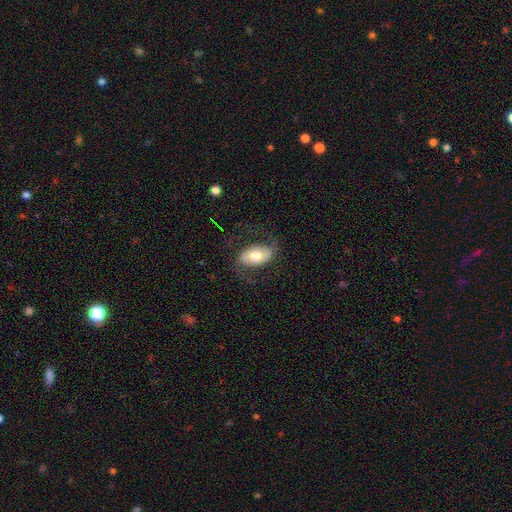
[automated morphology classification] Smooth or featured? featured or disk (59%)
Edge-on disk? no (94%)
Bar? no (45%)
Spiral arms? yes (81%)
Bulge size? moderate (68%)
Merging? none (70%)